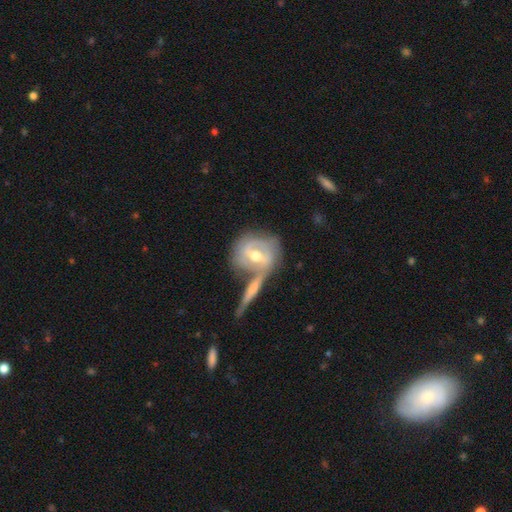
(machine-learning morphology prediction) Smooth or featured: featured or disk — 73% (smooth — 21%)
Edge-on disk: no — 91% (yes — 9%)
Bar: weak — 44% (strong — 36%)
Spiral arms: yes — 76% (no — 24%)
Spiral winding: tight — 49% (medium — 37%)
Spiral arm count: 2 — 58% (can't tell — 25%)
Bulge size: moderate — 74% (small — 19%)
Merging: none — 46% (merger — 29%)